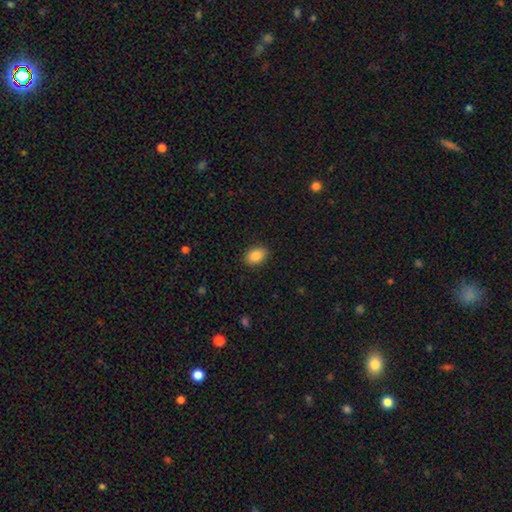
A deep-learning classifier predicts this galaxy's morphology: Smooth or featured? Predicted: smooth (p=0.87). How rounded? Predicted: in between (p=0.85). Merging? Predicted: none (p=0.88).